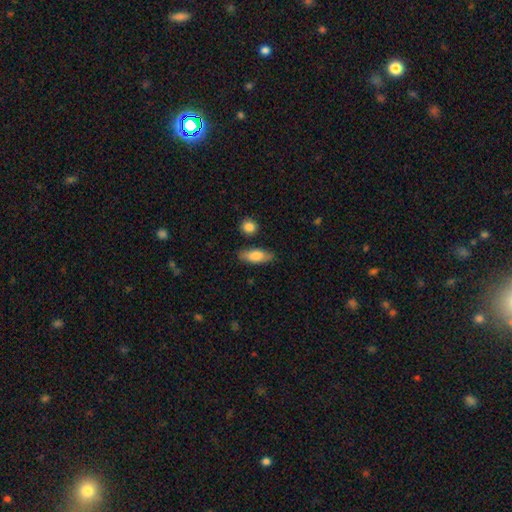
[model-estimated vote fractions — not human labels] Morphology: type=smooth (76%); roundness=in between (72%); merging=none (82%).